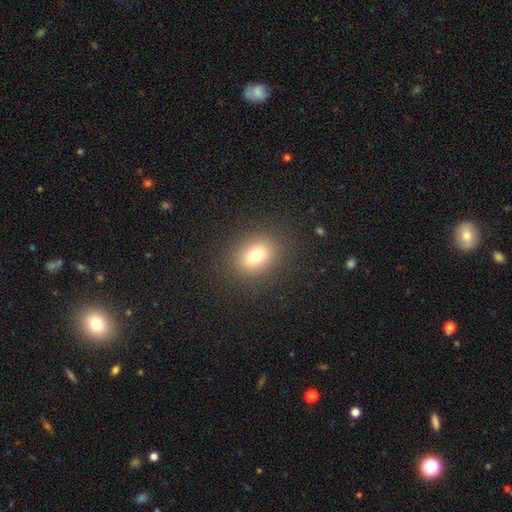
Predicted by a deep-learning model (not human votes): Smooth or featured? smooth (75%)
How rounded? in between (52%)
Merging? none (87%)